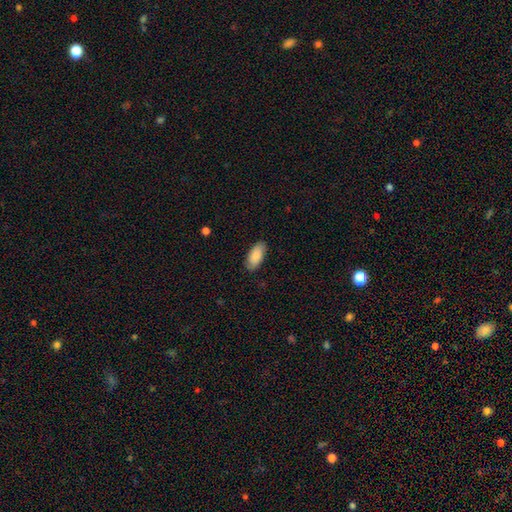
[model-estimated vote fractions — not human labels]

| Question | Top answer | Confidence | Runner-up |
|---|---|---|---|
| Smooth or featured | smooth | 89% | featured or disk (6%) |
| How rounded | in between | 93% | cigar-shaped (6%) |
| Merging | none | 86% | minor disturbance (11%) |